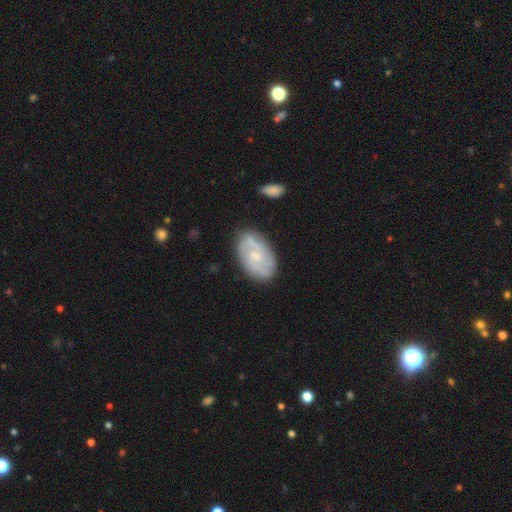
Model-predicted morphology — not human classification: Overall: featured or disk (66%; smooth 28%). Edge-on disk: no (96%). Bar: no (54%; weak 40%). Spiral arms: yes (87%). Spiral arm count: 2 (66%). Spiral winding: medium (44%; tight 34%). Bulge size: small (57%; moderate 32%). Merging: none (77%).